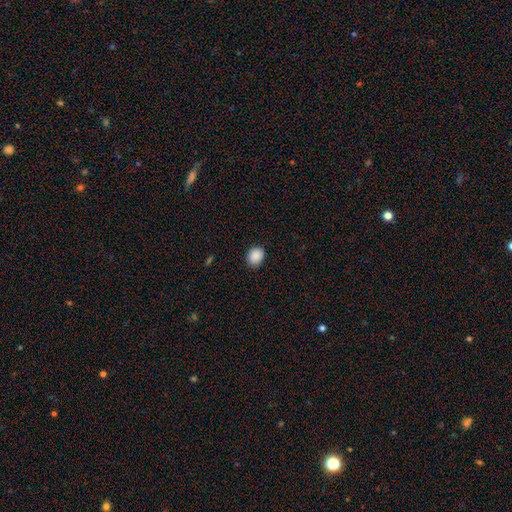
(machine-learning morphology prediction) smooth_or_featured: smooth (p=0.89) [alt: star or artifact p=0.08]
how_rounded: round (p=0.61) [alt: in between p=0.38]
merging: none (p=0.88) [alt: minor disturbance p=0.09]